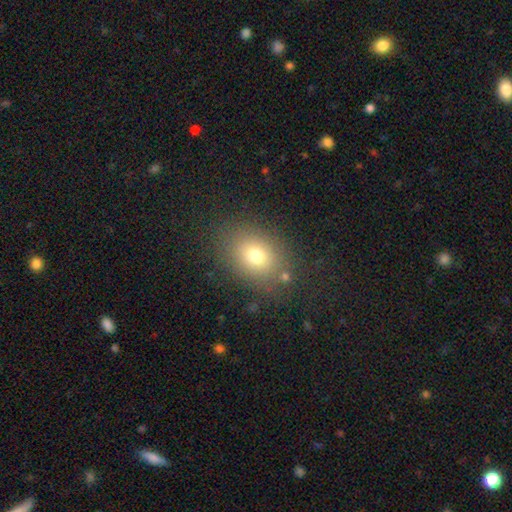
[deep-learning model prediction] Smooth or featured? Predicted: smooth (p=0.73). How rounded? Predicted: in between (p=0.56). Merging? Predicted: none (p=0.81).